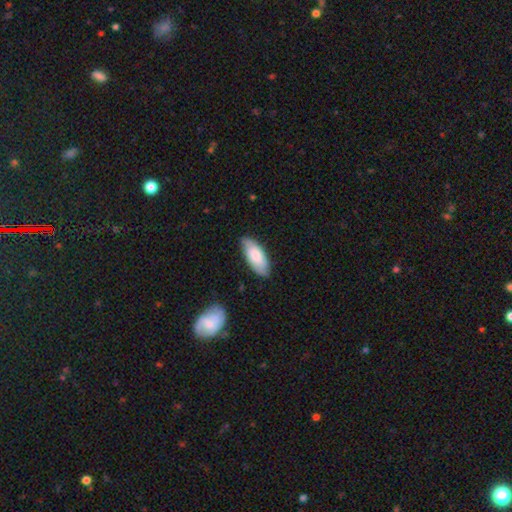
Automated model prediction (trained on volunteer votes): Smooth or featured? smooth (72%)
How rounded? in between (84%)
Merging? none (79%)